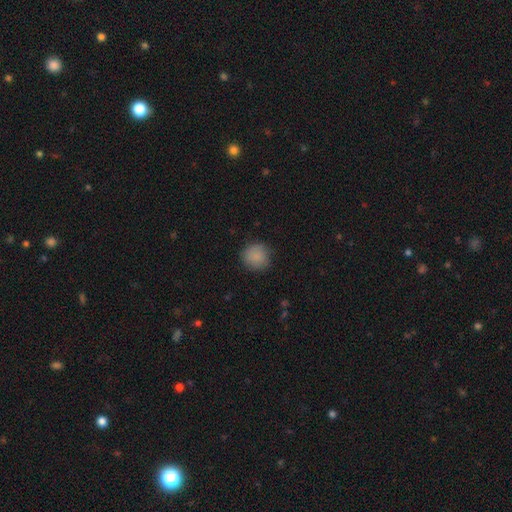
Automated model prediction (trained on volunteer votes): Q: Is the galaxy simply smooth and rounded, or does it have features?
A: smooth — 86%.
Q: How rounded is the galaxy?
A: round — 91%.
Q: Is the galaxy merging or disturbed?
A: none — 83%.